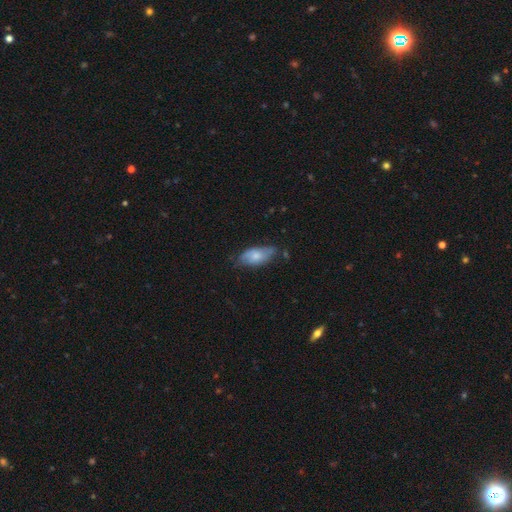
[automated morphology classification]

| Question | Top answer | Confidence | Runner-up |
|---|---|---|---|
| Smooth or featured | smooth | 63% | featured or disk (30%) |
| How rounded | in between | 87% | cigar-shaped (9%) |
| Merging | none | 56% | minor disturbance (34%) |